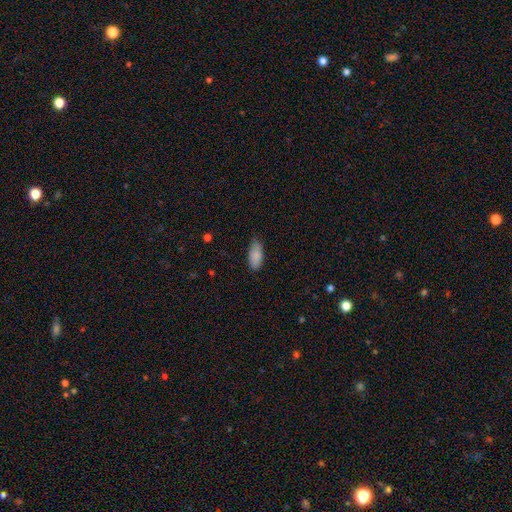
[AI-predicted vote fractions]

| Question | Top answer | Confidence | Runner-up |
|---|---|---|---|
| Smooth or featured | smooth | 87% | star or artifact (7%) |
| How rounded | in between | 87% | cigar-shaped (11%) |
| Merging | none | 75% | minor disturbance (20%) |